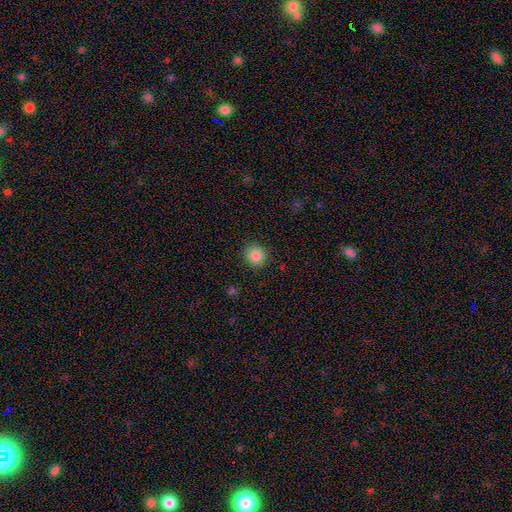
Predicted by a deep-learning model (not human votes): Smooth or featured?
  - smooth: 85% *
  - star or artifact: 10%
  - featured or disk: 5%
How rounded?
  - round: 88% *
  - in between: 11%
  - cigar-shaped: 1%
Merging?
  - none: 89% *
  - minor disturbance: 8%
  - major disturbance: 2%
  - merger: 1%